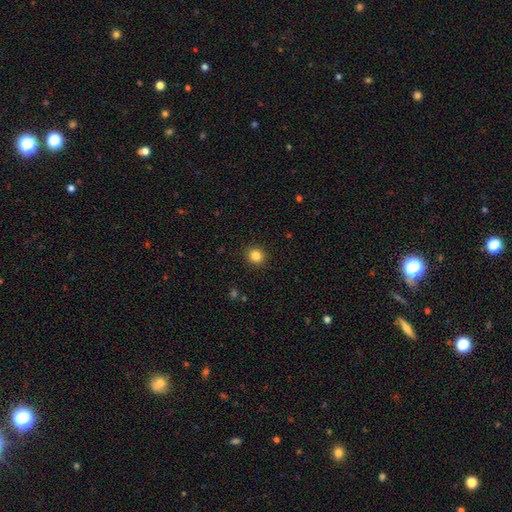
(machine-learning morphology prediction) Smooth or featured? Predicted: smooth (p=0.84). How rounded? Predicted: round (p=0.89). Merging? Predicted: none (p=0.92).